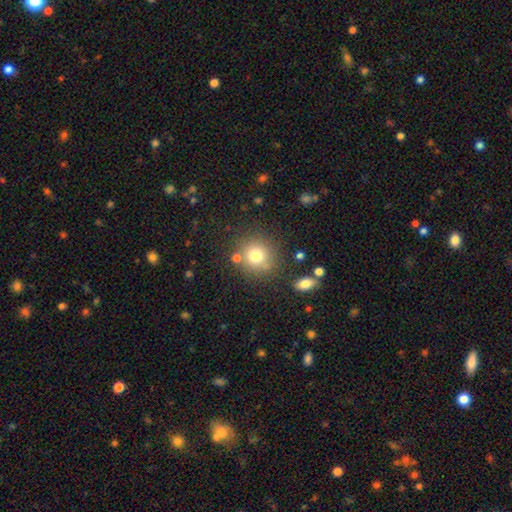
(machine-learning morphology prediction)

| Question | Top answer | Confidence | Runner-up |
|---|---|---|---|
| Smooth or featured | smooth | 76% | star or artifact (13%) |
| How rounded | round | 89% | in between (10%) |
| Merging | none | 76% | minor disturbance (10%) |